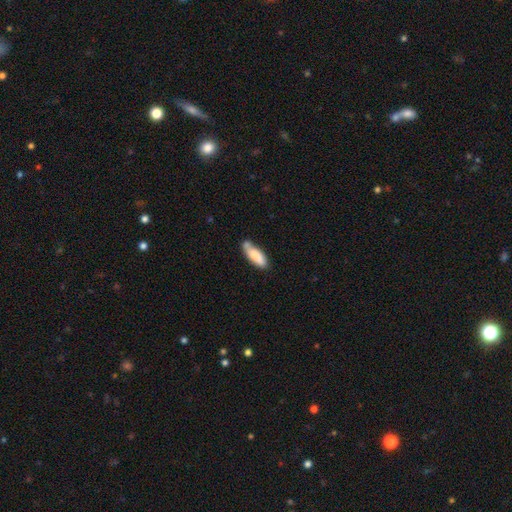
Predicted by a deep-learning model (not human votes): A smooth galaxy with no disk features (80%) that is in between round and cigar-shaped (54%). Merging: none (61%).